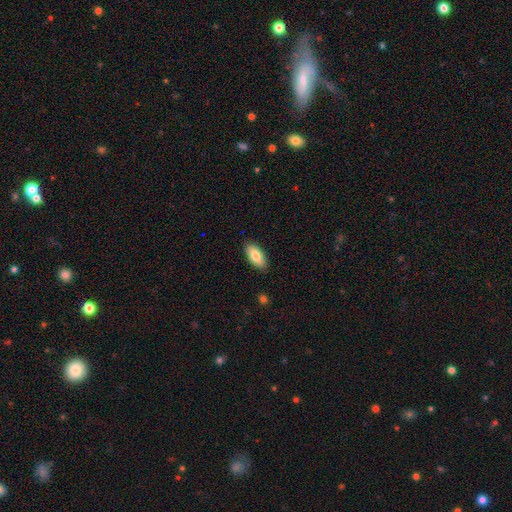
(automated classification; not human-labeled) The model was most divided on "smooth or featured": smooth: 82%, featured or disk: 11%, star or artifact: 6%. More confident: how rounded — in between (90%); merging — none (88%).